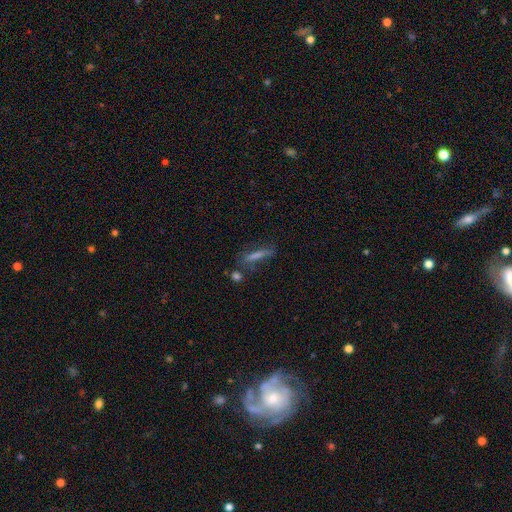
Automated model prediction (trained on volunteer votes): Smooth or featured: smooth — 48% (featured or disk — 35%)
Merging: none — 64% (minor disturbance — 17%)